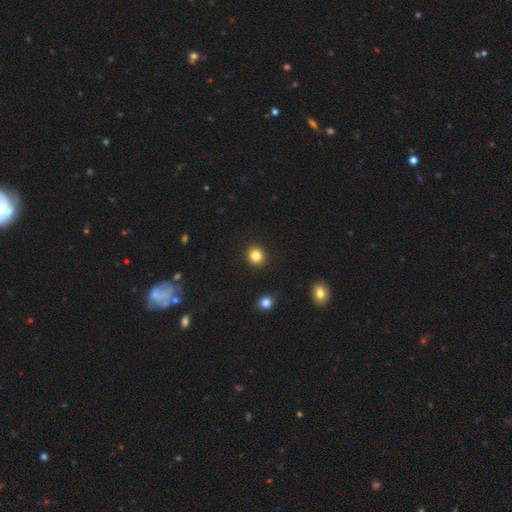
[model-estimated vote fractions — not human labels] Smooth or featured?
  - smooth: 84% *
  - star or artifact: 11%
  - featured or disk: 5%
How rounded?
  - round: 84% *
  - in between: 15%
  - cigar-shaped: 1%
Merging?
  - none: 92% *
  - minor disturbance: 5%
  - major disturbance: 2%
  - merger: 1%